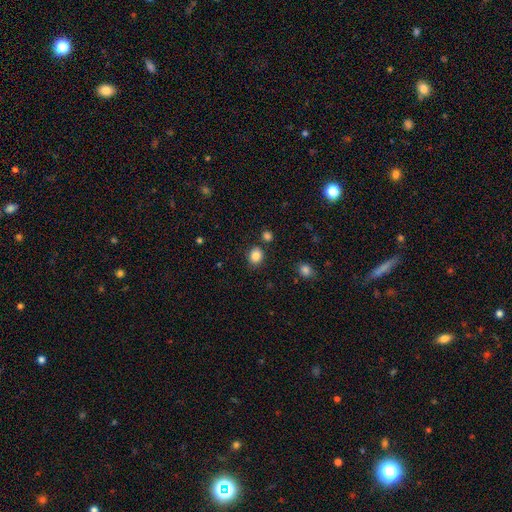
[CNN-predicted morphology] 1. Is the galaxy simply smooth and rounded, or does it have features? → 84% smooth, 10% star or artifact, 5% featured or disk.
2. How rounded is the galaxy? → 62% round, 37% in between, 1% cigar-shaped.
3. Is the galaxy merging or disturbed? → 80% none, 11% minor disturbance, 6% merger, 3% major disturbance.